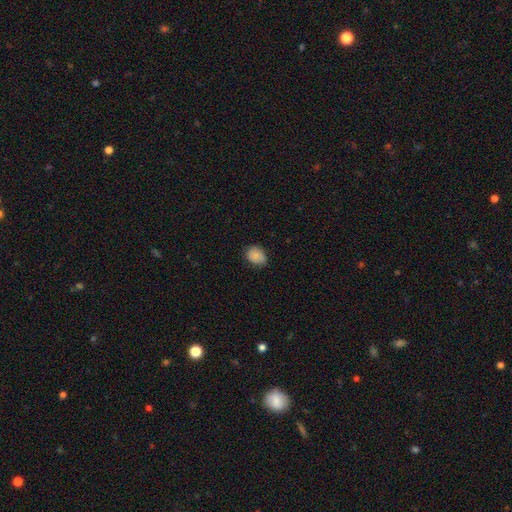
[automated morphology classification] Smooth or featured: smooth — 84% (featured or disk — 8%)
How rounded: in between — 54% (round — 45%)
Merging: none — 69% (minor disturbance — 25%)